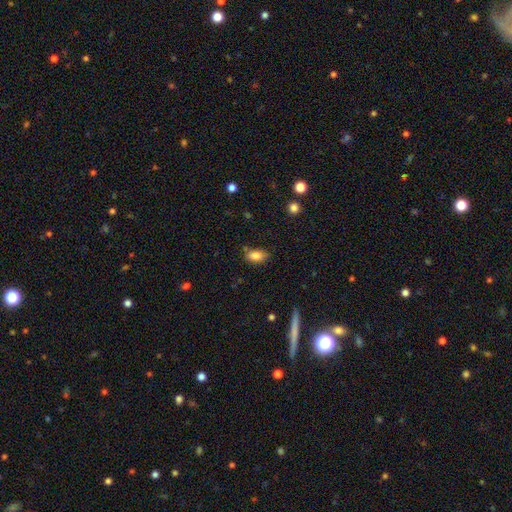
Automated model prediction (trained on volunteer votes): This is clearly a smooth galaxy (85%). How rounded: clearly in between (90%). Merging: likely none (74%).